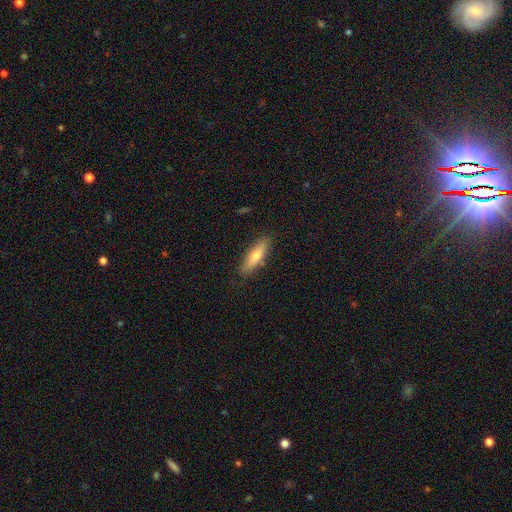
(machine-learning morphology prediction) smooth_or_featured: smooth (p=0.64) [alt: featured or disk p=0.29]
how_rounded: cigar-shaped (p=0.64) [alt: in between p=0.34]
merging: none (p=0.86) [alt: minor disturbance p=0.11]